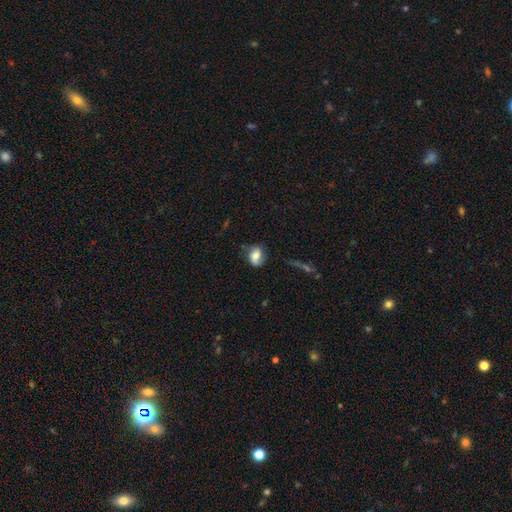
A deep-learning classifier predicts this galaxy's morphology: This is possibly a featured or disk galaxy (50%). It is clearly not viewed edge-on (96%). Merging: likely none (68%).